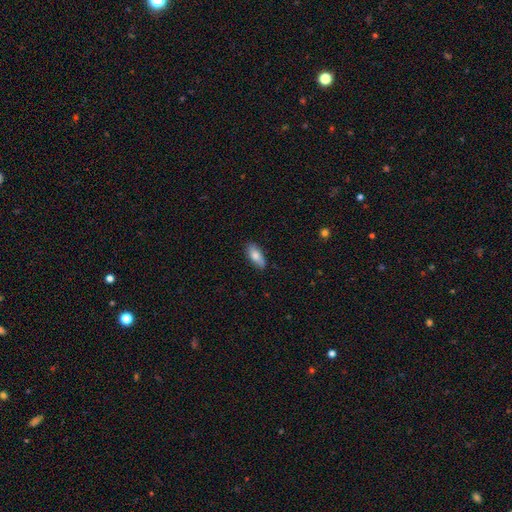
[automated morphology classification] Smooth or featured? smooth (80%)
How rounded? in between (80%)
Merging? none (84%)